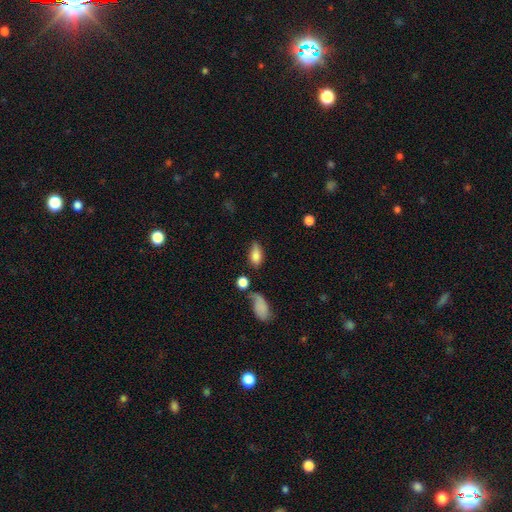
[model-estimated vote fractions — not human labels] The model was most divided on "merging": none: 58%, minor disturbance: 25%, major disturbance: 9%, merger: 8%. More confident: how rounded — in between (88%); smooth or featured — smooth (80%).